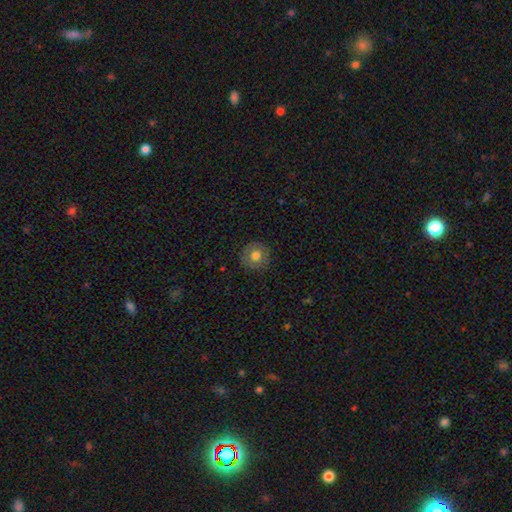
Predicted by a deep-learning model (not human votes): smooth 76%, featured or disk 14%, star or artifact 10%. Down the decision tree: how rounded — round (94%); merging — none (89%).